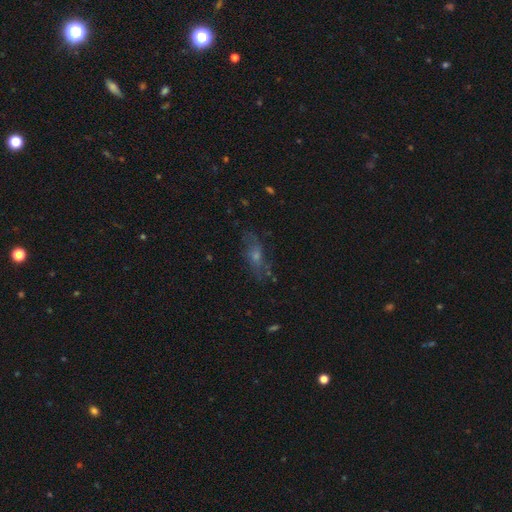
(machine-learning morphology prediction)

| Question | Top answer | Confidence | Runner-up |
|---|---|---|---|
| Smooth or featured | featured or disk | 48% | smooth (31%) |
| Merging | none | 68% | minor disturbance (19%) |